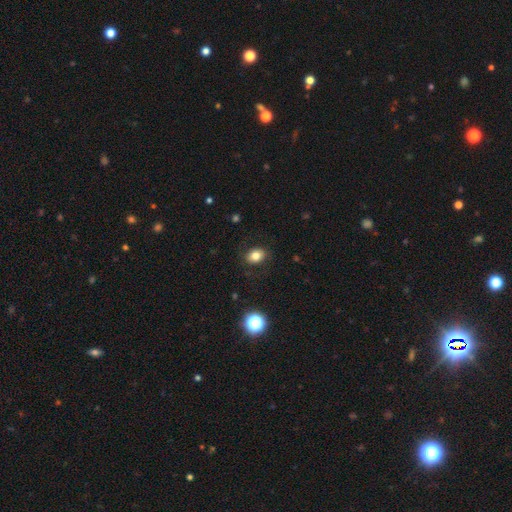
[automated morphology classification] A smooth galaxy with no disk features (80%) that is in between round and cigar-shaped (61%). Merging: none (84%).